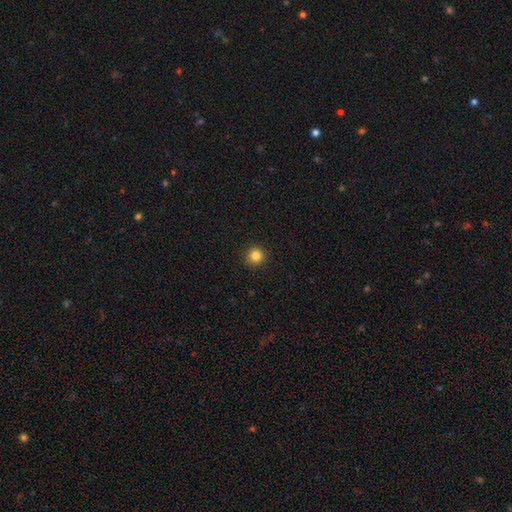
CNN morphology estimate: A smooth galaxy with no disk features (84%) that is round (94%).

Vote fractions:
- Smooth or featured? smooth: 84% / star or artifact: 12% / featured or disk: 4%
- How rounded? round: 94% / in between: 5% / cigar-shaped: 1%
- Merging? none: 93% / minor disturbance: 5% / major disturbance: 2% / merger: 1%